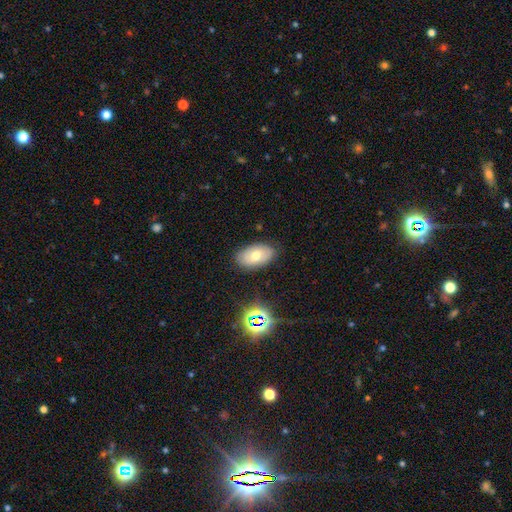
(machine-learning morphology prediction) Smooth or featured? Predicted: smooth (p=0.57). How rounded? Predicted: in between (p=0.93). Merging? Predicted: none (p=0.83).